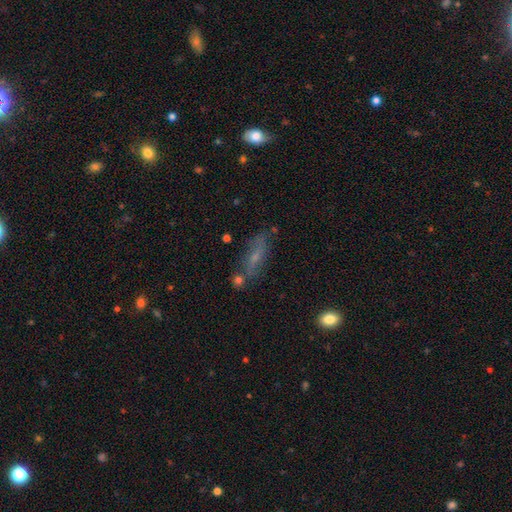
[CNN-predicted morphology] Overall: featured or disk (43%; smooth 42%). Merging: none (66%).